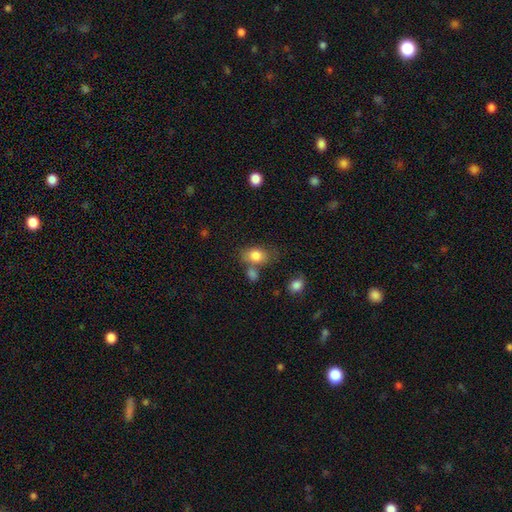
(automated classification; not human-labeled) Smooth or featured? Predicted: smooth (p=0.82). How rounded? Predicted: in between (p=0.73). Merging? Predicted: none (p=0.53).